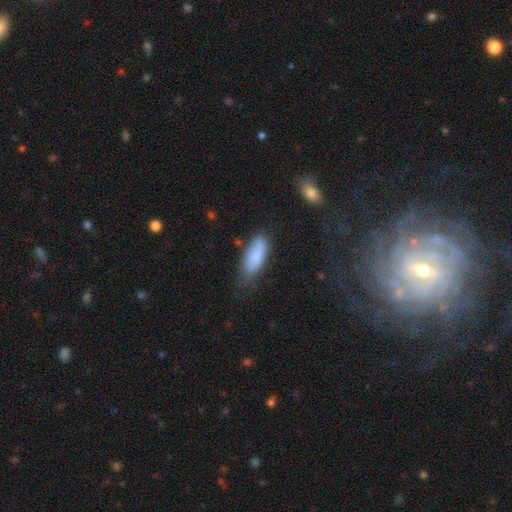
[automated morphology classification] Smooth or featured: smooth — 81% (featured or disk — 12%)
How rounded: in between — 76% (cigar-shaped — 22%)
Merging: none — 58% (minor disturbance — 29%)